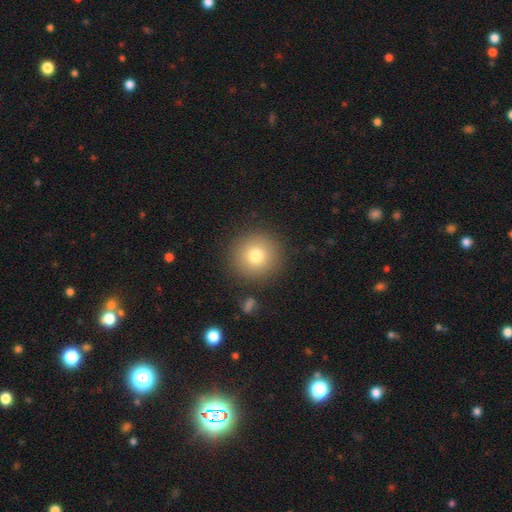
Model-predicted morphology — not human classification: smooth_or_featured: smooth (p=0.77) [alt: star or artifact p=0.12]
how_rounded: round (p=0.95) [alt: in between p=0.04]
merging: none (p=0.88) [alt: minor disturbance p=0.07]